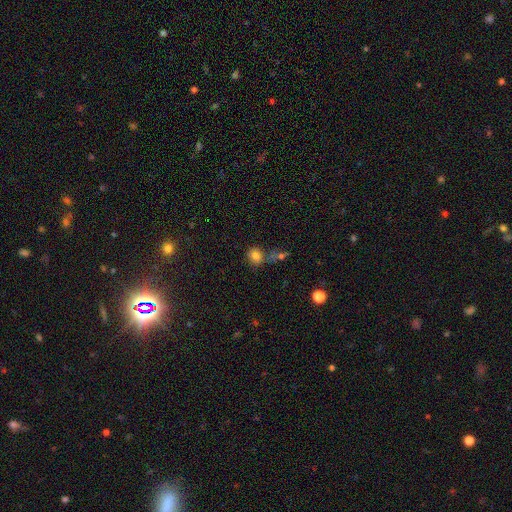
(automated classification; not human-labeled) Q: Smooth or featured?
A: smooth (78%); runner-up: star or artifact (13%)
Q: How rounded?
A: round (74%); runner-up: in between (25%)
Q: Merging?
A: none (57%); runner-up: merger (22%)